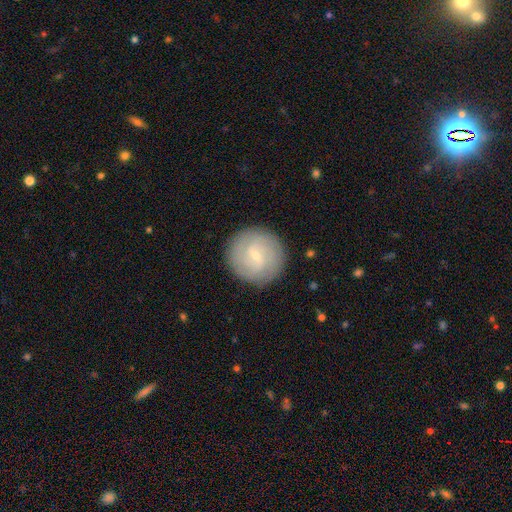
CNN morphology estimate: Smooth or featured? featured or disk (58%)
Edge-on disk? no (97%)
Bar? weak (61%)
Spiral arms? yes (83%)
Bulge size? small (79%)
Merging? none (88%)